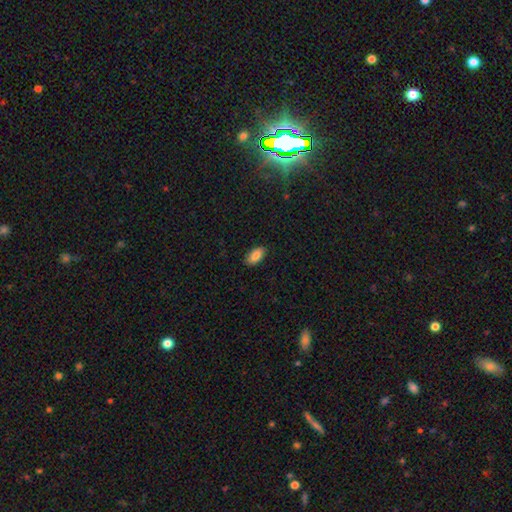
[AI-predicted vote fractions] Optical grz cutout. It shows a smooth galaxy with no disk features (86%) that is in between round and cigar-shaped (93%). Merging: none (88%).